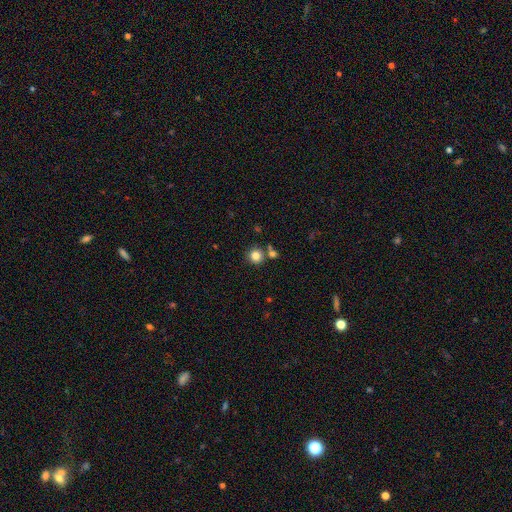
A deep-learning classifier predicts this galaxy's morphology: Smooth or featured?
  - smooth: 83% *
  - star or artifact: 11%
  - featured or disk: 6%
How rounded?
  - round: 93% *
  - in between: 6%
  - cigar-shaped: 1%
Merging?
  - none: 74% *
  - merger: 15%
  - minor disturbance: 8%
  - major disturbance: 3%